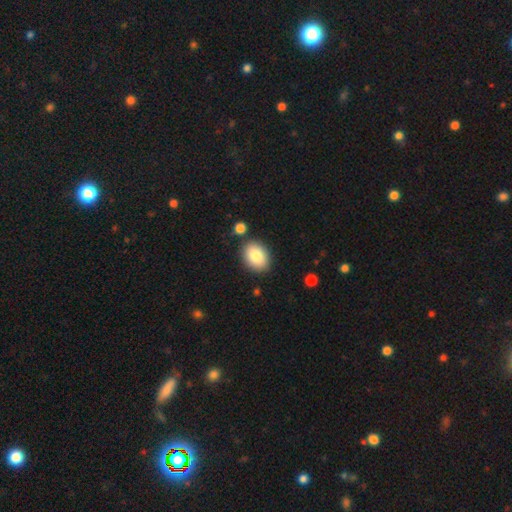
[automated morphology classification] Overall: smooth (84%). How rounded: in between (70%). Merging: none (83%).